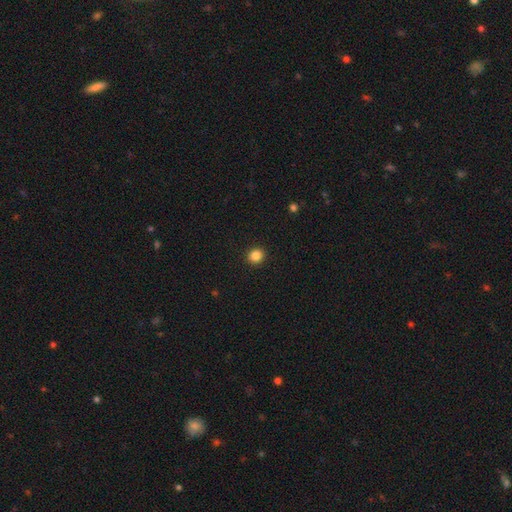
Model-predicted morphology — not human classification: This appears to be a smooth galaxy with no disk features (85%) that is round (88%). Merging: none (93%).